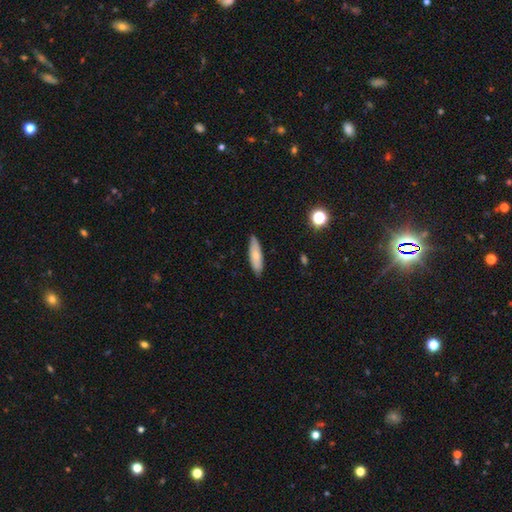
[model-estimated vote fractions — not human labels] This appears to be a smooth galaxy with no disk features (68%) that is cigar-shaped (54%). Merging: none (84%).